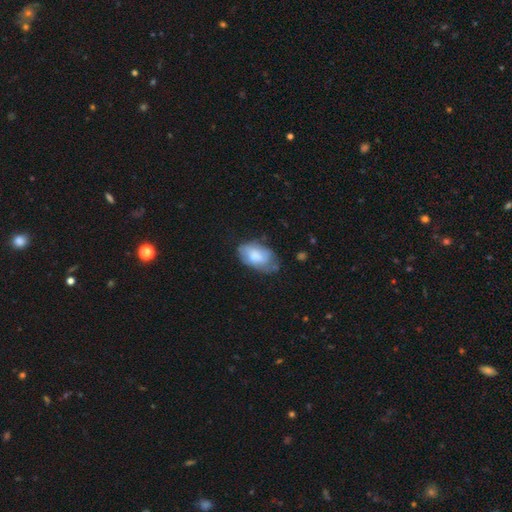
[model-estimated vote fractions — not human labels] A smooth galaxy with no disk features (67%) that is in between round and cigar-shaped (93%).

Vote fractions:
- Smooth or featured? smooth: 67% / featured or disk: 26% / star or artifact: 7%
- How rounded? in between: 93% / round: 6% / cigar-shaped: 1%
- Merging? none: 49% / minor disturbance: 35% / major disturbance: 14% / merger: 3%